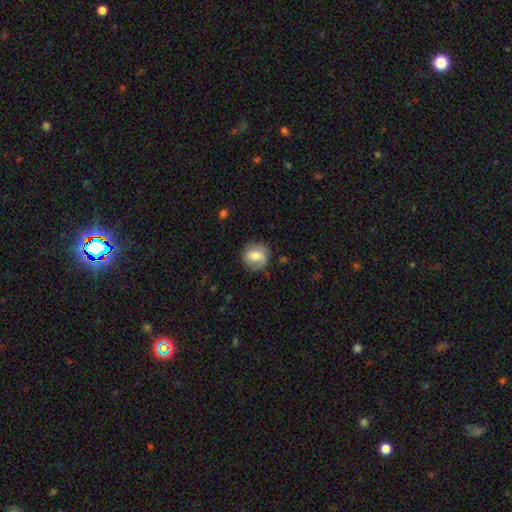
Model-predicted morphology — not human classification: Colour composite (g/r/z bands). It shows a smooth galaxy with no disk features (63%) that is round (86%). Merging: none (80%).